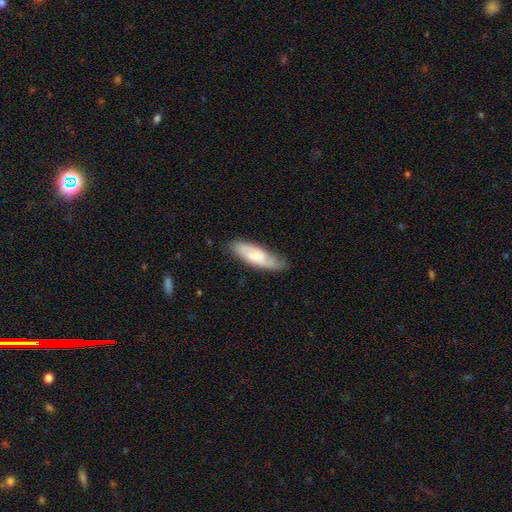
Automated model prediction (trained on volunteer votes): smooth-or-featured: smooth: 61% | featured or disk: 33% | star or artifact: 6%
  how-rounded: in between: 57% | cigar-shaped: 41% | round: 2%
  merging: none: 72% | minor disturbance: 22% | major disturbance: 5% | merger: 1%